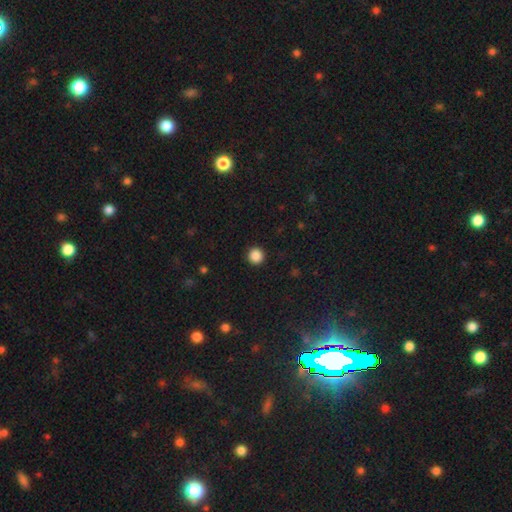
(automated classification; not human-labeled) smooth_or_featured: smooth (p=0.88) [alt: star or artifact p=0.10]
how_rounded: round (p=0.96) [alt: in between p=0.03]
merging: none (p=0.93) [alt: minor disturbance p=0.04]